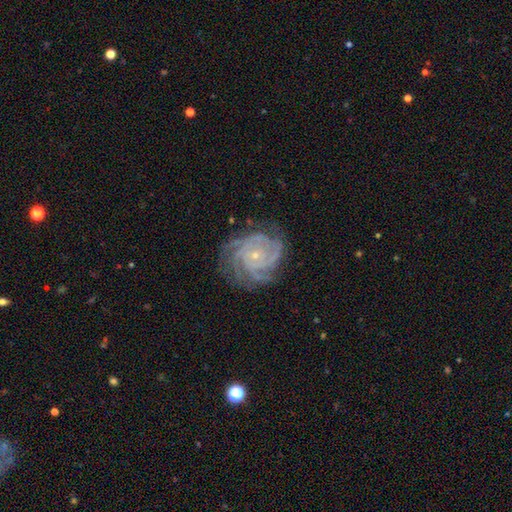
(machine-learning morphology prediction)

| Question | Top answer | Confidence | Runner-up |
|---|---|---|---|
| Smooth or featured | featured or disk | 90% | star or artifact (6%) |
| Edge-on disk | no | 98% | yes (2%) |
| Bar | no | 77% | weak (17%) |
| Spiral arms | yes | 98% | no (2%) |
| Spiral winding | tight | 76% | medium (21%) |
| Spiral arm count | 4 | 37% | 3 (26%) |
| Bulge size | small | 82% | moderate (15%) |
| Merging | none | 75% | minor disturbance (17%) |